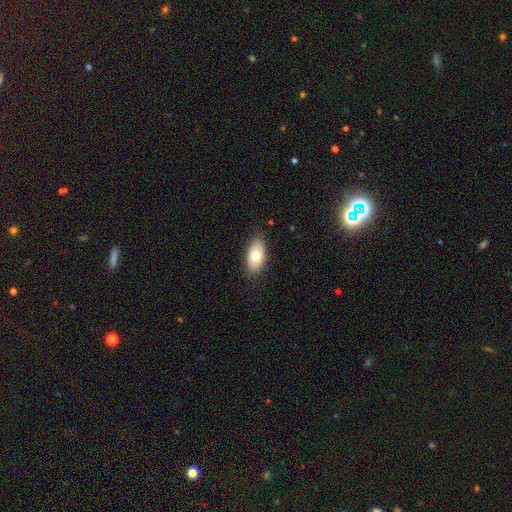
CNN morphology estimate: type=smooth (72%); roundness=in between (93%); merging=none (83%).